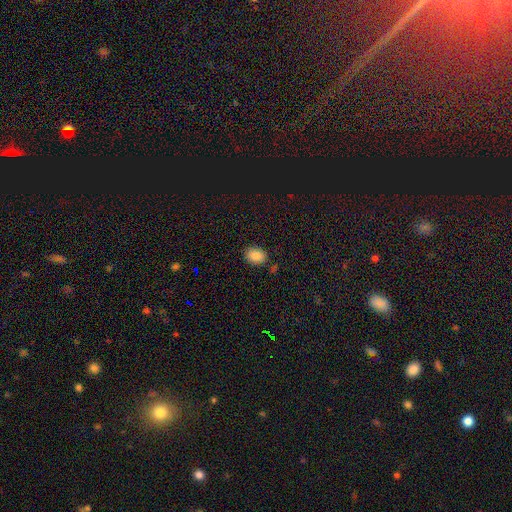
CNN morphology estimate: smooth_or_featured: smooth (p=0.86) [alt: star or artifact p=0.09]
how_rounded: in between (p=0.66) [alt: round p=0.33]
merging: none (p=0.83) [alt: minor disturbance p=0.11]